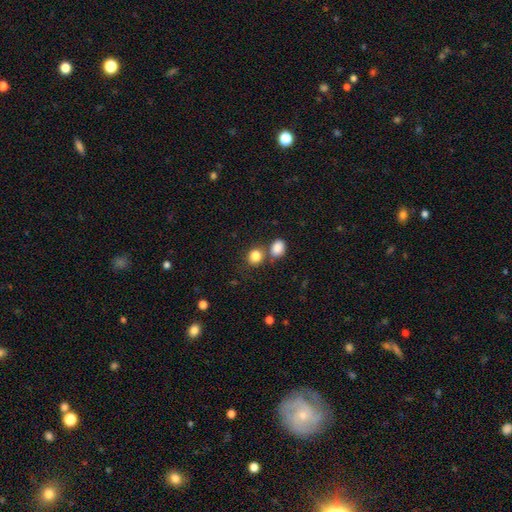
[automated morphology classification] Smooth or featured: smooth — 84% (star or artifact — 10%)
How rounded: round — 68% (in between — 31%)
Merging: none — 55% (merger — 31%)